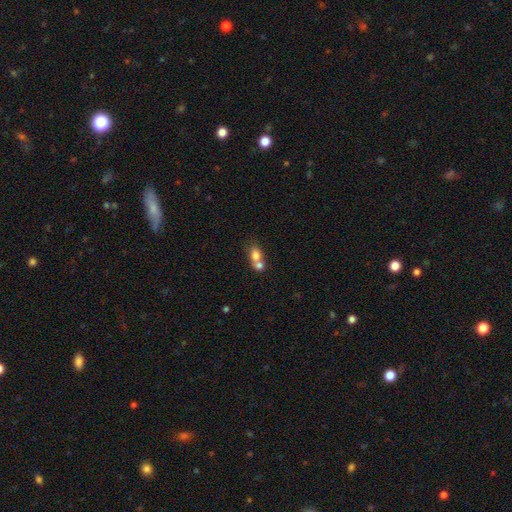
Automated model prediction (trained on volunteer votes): Smooth or featured?
  - smooth: 75% *
  - featured or disk: 16%
  - star or artifact: 9%
How rounded?
  - in between: 58% *
  - round: 40%
  - cigar-shaped: 3%
Merging?
  - merger: 66% *
  - none: 24%
  - minor disturbance: 6%
  - major disturbance: 3%